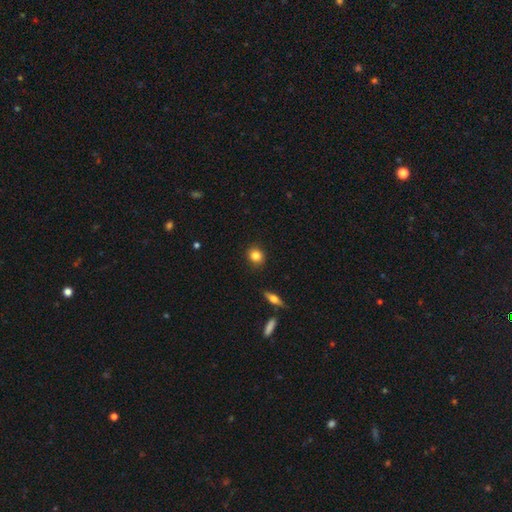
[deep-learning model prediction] Smooth or featured: smooth — 83% (star or artifact — 10%)
How rounded: round — 80% (in between — 18%)
Merging: none — 88% (minor disturbance — 8%)